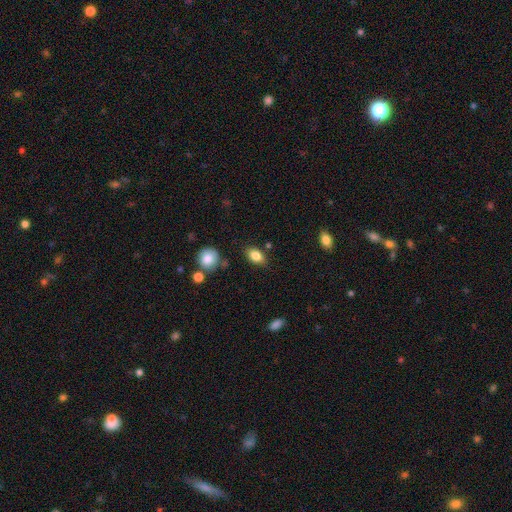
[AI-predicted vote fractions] Q: Smooth or featured?
A: smooth (85%); runner-up: star or artifact (8%)
Q: How rounded?
A: in between (86%); runner-up: round (12%)
Q: Merging?
A: none (81%); runner-up: minor disturbance (12%)